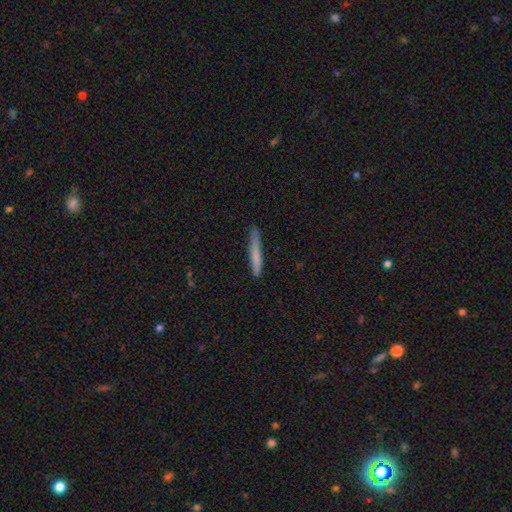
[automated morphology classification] The model was most divided on "smooth or featured": smooth: 73%, featured or disk: 21%, star or artifact: 6%. More confident: how rounded — cigar-shaped (96%); merging — none (80%).